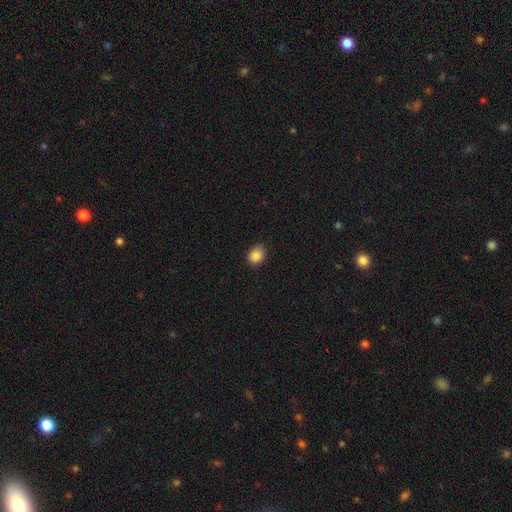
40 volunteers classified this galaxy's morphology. Smooth or featured? 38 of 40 (95%) said smooth. How rounded? 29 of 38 (76%) said round. Merging? 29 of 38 (76%) said none.